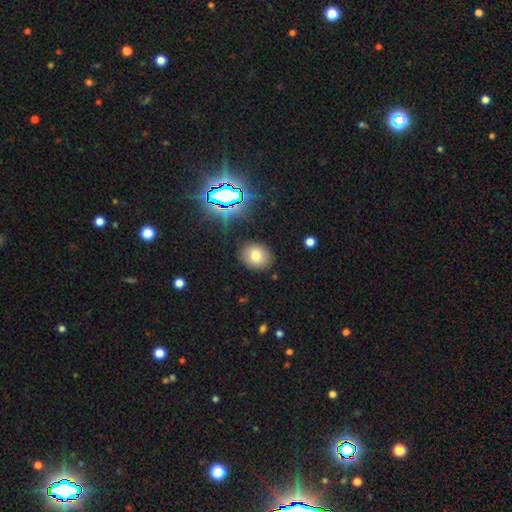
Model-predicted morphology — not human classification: smooth 73%, star or artifact 16%, featured or disk 10%. Down the decision tree: how rounded — round (58%); merging — none (86%).